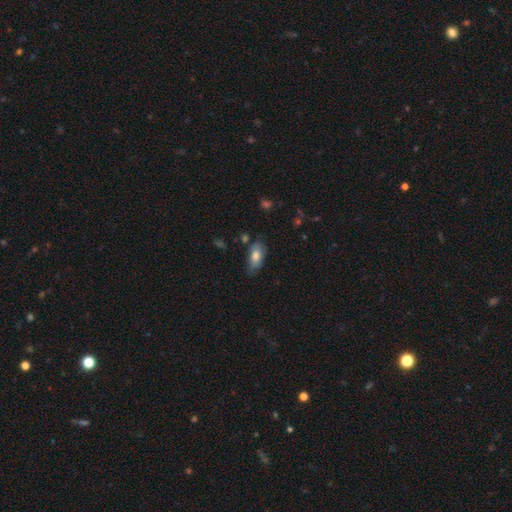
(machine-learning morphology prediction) This is likely a smooth galaxy (77%). How rounded: clearly in between (88%). Merging: likely none (67%).